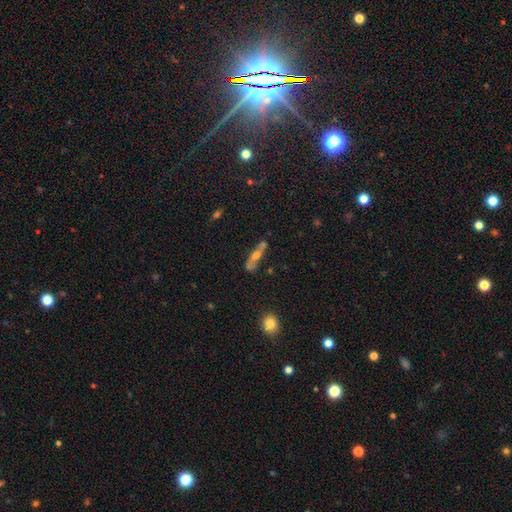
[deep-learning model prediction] Q: Smooth or featured?
A: featured or disk (52%); runner-up: smooth (39%)
Q: Edge-on disk?
A: yes (62%); runner-up: no (38%)
Q: Merging?
A: none (52%); runner-up: minor disturbance (20%)